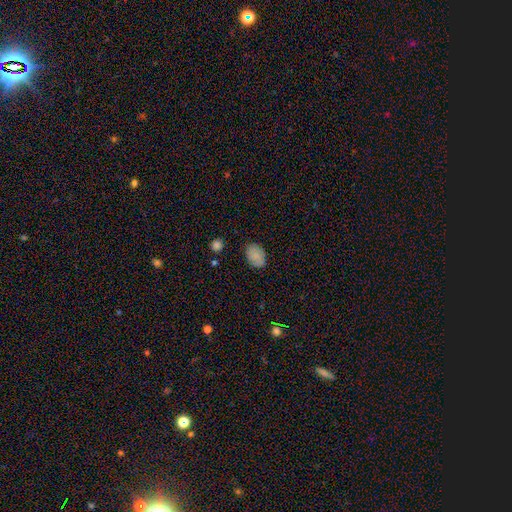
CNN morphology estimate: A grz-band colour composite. It shows a smooth galaxy with no disk features (85%) that is in between round and cigar-shaped (82%). Merging: none (82%).